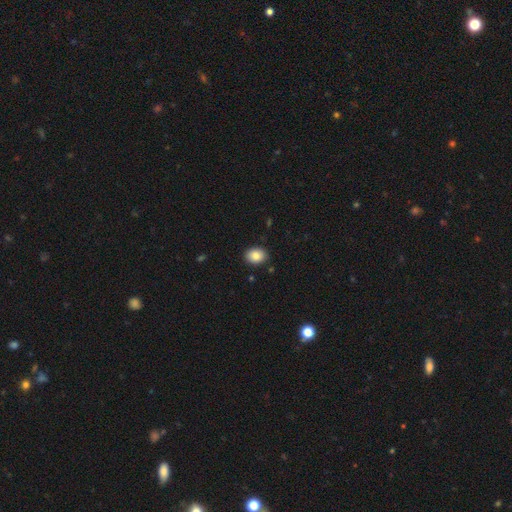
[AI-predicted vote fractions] smooth_or_featured: smooth (p=0.86) [alt: star or artifact p=0.08]
how_rounded: in between (p=0.59) [alt: round p=0.40]
merging: none (p=0.89) [alt: minor disturbance p=0.08]